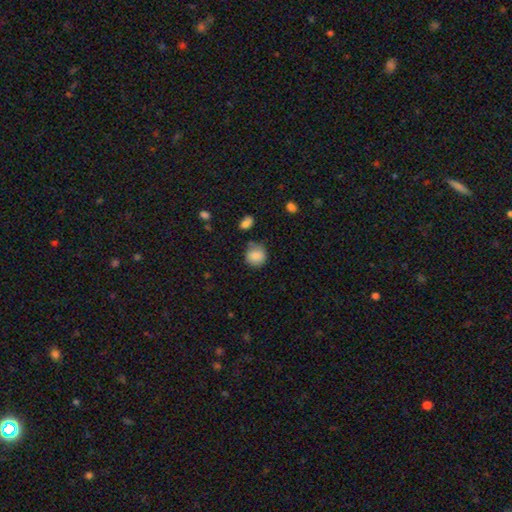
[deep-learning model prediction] This appears to be a smooth galaxy with no disk features (85%) that is round (83%). Merging: none (69%).